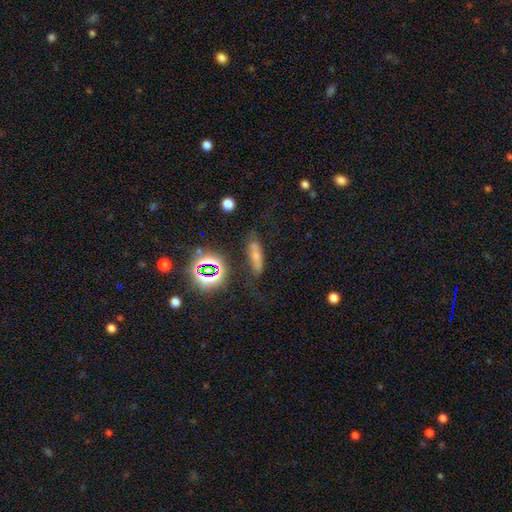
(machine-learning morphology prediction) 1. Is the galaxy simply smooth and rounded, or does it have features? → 53% smooth, 26% featured or disk, 21% star or artifact.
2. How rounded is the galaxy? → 50% cigar-shaped, 44% in between, 6% round.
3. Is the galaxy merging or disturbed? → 64% none, 22% minor disturbance, 9% major disturbance, 5% merger.